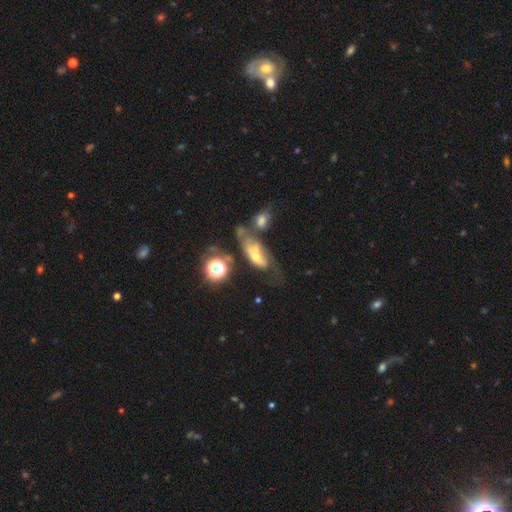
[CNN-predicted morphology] Smooth or featured? featured or disk (44%)
Merging? merger (35%)